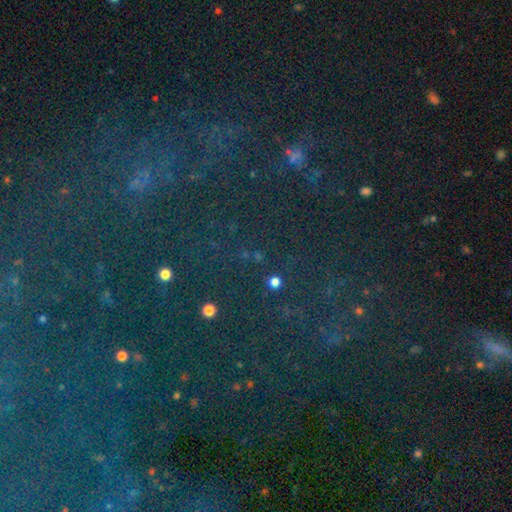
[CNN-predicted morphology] Overall: star or artifact (74%).